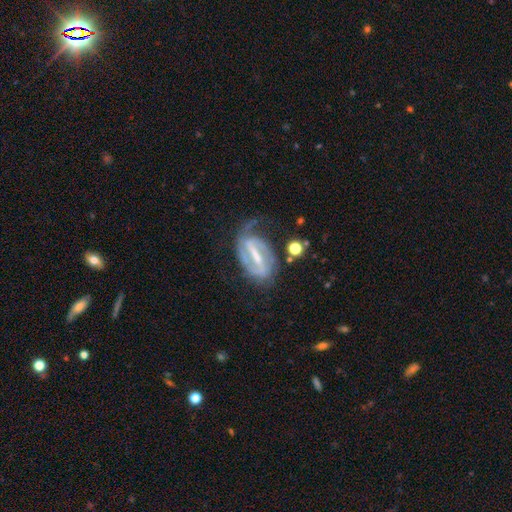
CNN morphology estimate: Smooth or featured? featured or disk (83%)
Edge-on disk? no (93%)
Bar? strong (72%)
Spiral arms? yes (88%)
Spiral winding? medium (41%)
Spiral arm count? 2 (70%)
Bulge size? small (44%)
Merging? none (50%)